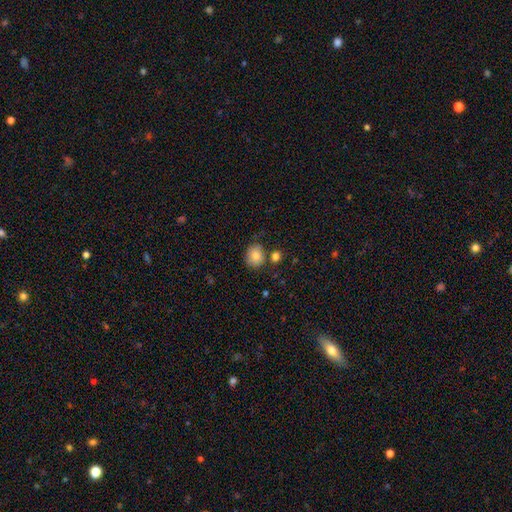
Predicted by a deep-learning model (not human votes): This is clearly a smooth galaxy (82%). How rounded: likely round (66%). Merging: likely none (70%).